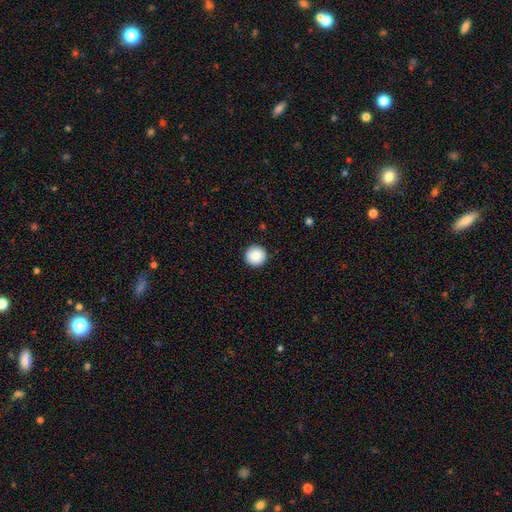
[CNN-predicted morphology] smooth 85%, star or artifact 8%, featured or disk 7%. Down the decision tree: how rounded — round (97%); merging — none (92%).